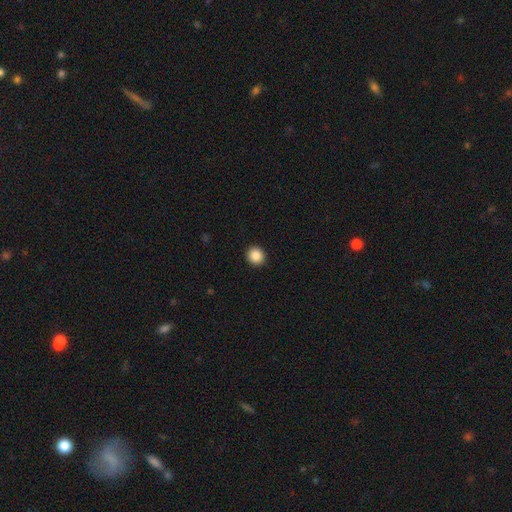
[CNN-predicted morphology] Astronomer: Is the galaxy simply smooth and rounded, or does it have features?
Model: smooth — 87%.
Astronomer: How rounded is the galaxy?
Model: round — 91%.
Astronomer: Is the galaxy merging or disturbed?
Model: none — 93%.